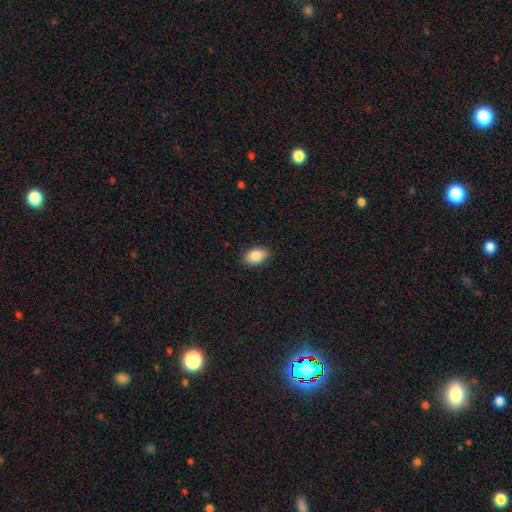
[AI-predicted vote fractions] A smooth galaxy with no disk features (87%) that is in between round and cigar-shaped (90%). Merging: none (87%).